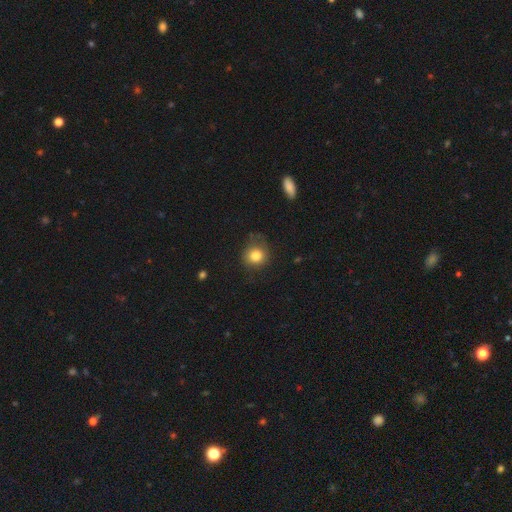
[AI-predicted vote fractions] This is clearly a smooth galaxy (81%). How rounded: clearly round (81%). Merging: likely none (66%).